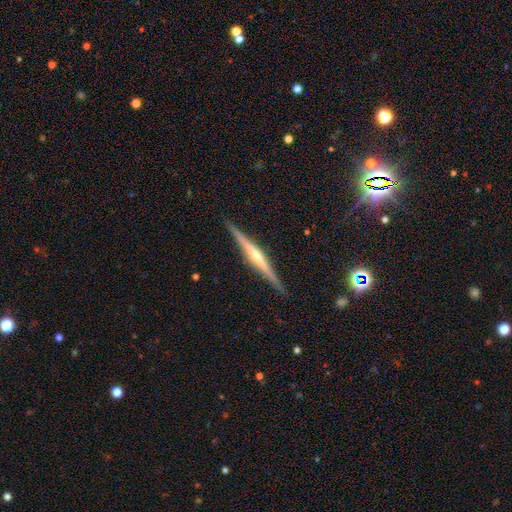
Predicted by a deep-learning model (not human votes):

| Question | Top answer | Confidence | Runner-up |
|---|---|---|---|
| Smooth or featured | featured or disk | 79% | smooth (15%) |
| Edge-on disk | yes | 98% | no (2%) |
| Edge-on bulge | rounded | 69% | none (22%) |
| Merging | none | 90% | minor disturbance (7%) |